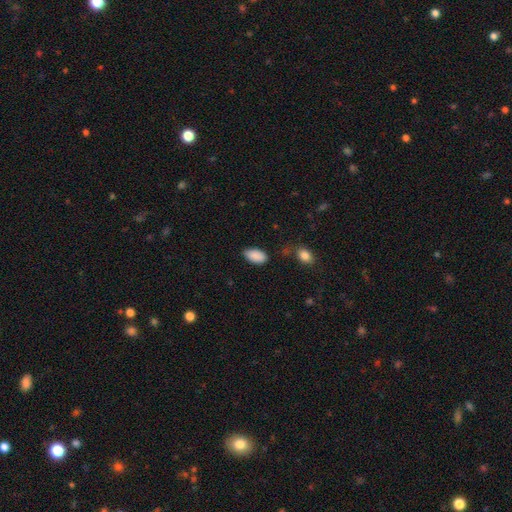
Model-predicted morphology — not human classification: Q: Smooth or featured?
A: smooth (89%); runner-up: star or artifact (7%)
Q: How rounded?
A: in between (95%); runner-up: round (3%)
Q: Merging?
A: none (79%); runner-up: minor disturbance (15%)